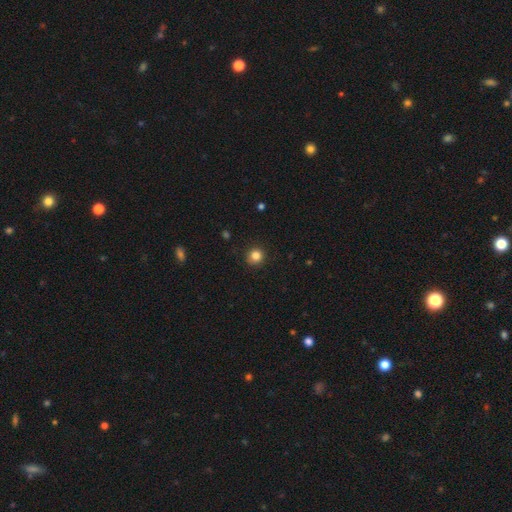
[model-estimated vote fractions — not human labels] This is clearly a smooth galaxy (84%). How rounded: clearly round (92%). Merging: clearly none (91%).